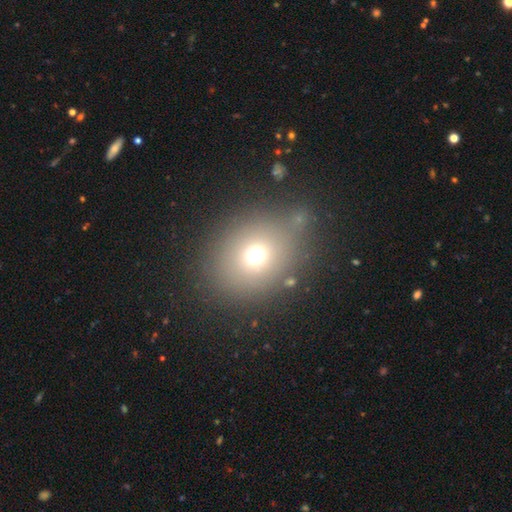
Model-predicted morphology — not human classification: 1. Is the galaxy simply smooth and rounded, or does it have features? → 68% smooth, 19% star or artifact, 13% featured or disk.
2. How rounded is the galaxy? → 66% round, 33% in between, 1% cigar-shaped.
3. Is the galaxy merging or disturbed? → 68% none, 15% minor disturbance, 10% major disturbance, 7% merger.